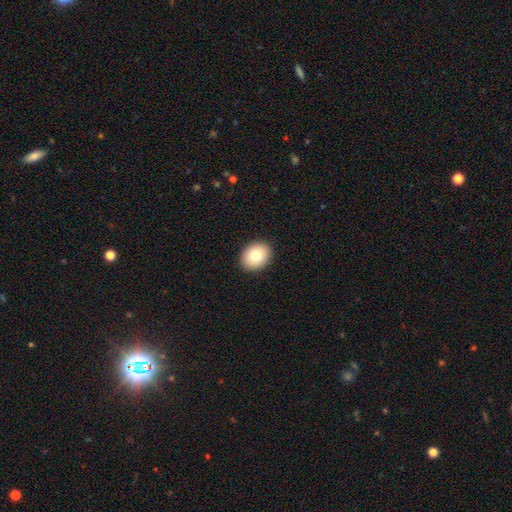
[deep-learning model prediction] smooth-or-featured: smooth: 80% | featured or disk: 11% | star or artifact: 8%
  how-rounded: in between: 55% | round: 44% | cigar-shaped: 1%
  merging: none: 91% | minor disturbance: 6% | major disturbance: 2% | merger: 1%